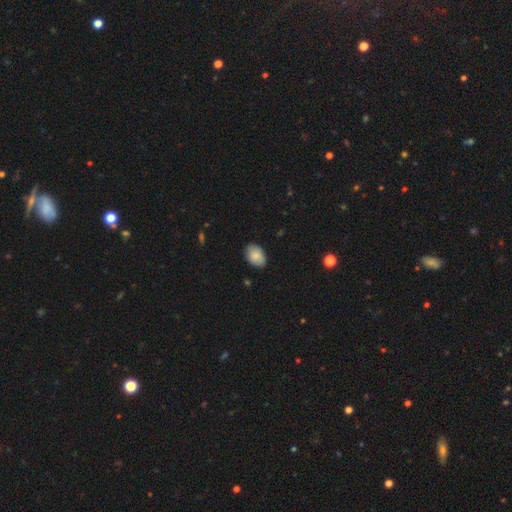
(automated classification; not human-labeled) Smooth or featured? Predicted: smooth (p=0.86). How rounded? Predicted: in between (p=0.86). Merging? Predicted: none (p=0.85).